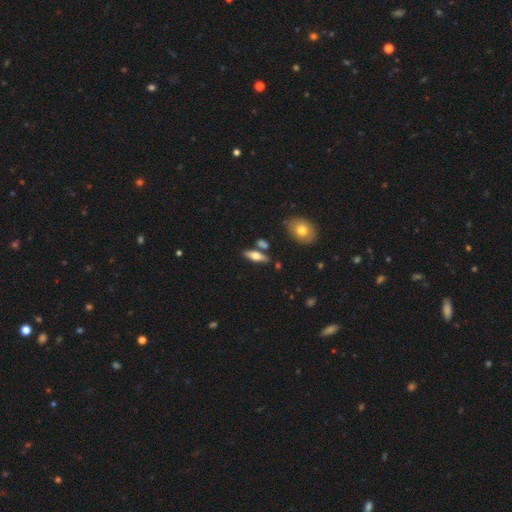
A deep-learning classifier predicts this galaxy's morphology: smooth_or_featured: smooth (p=0.52) [alt: featured or disk p=0.42]
how_rounded: in between (p=0.56) [alt: cigar-shaped p=0.41]
merging: none (p=0.76) [alt: minor disturbance p=0.12]